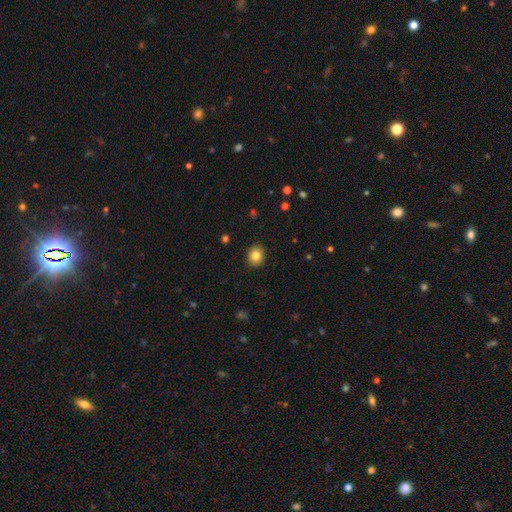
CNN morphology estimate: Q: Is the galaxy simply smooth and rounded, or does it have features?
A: smooth — 84%.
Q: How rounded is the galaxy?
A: round — 69%.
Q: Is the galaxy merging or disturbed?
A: none — 91%.